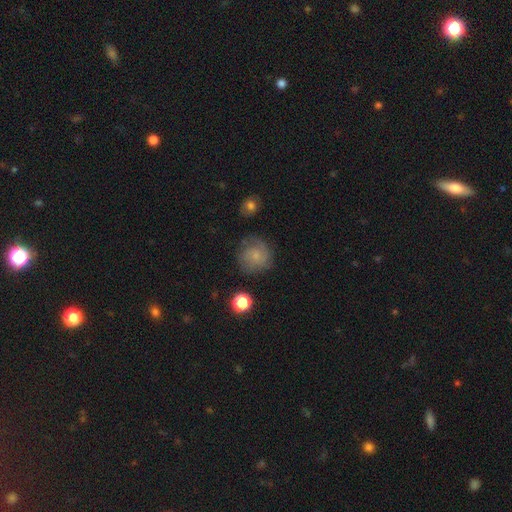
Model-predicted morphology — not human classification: Smooth or featured? smooth (55%)
How rounded? round (88%)
Merging? none (70%)